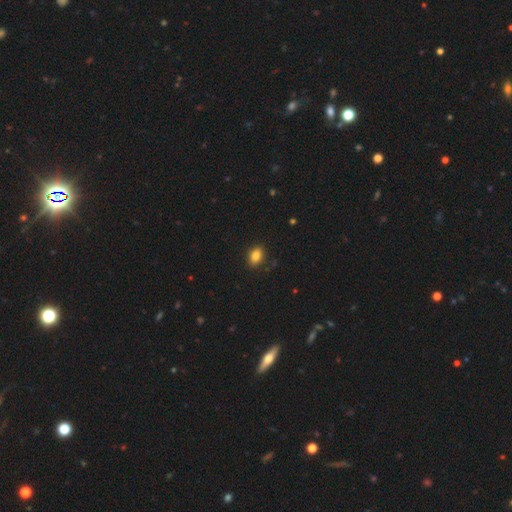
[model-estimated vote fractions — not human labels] smooth 84%, star or artifact 10%, featured or disk 6%. Down the decision tree: how rounded — in between (80%); merging — none (88%).